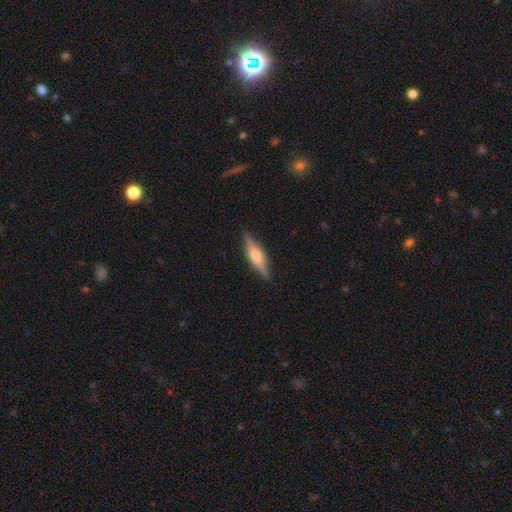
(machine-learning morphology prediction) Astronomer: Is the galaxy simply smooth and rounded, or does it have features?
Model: featured or disk — 65%.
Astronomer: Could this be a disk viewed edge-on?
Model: yes — 96%.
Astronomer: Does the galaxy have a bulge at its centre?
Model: rounded — 80%.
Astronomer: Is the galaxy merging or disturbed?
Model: none — 88%.